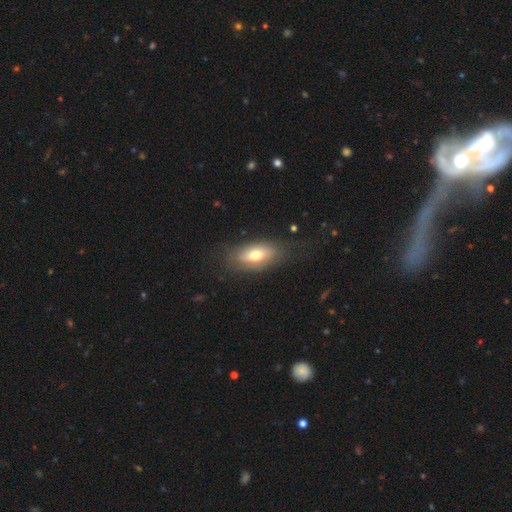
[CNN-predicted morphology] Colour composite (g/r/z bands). It shows a smooth galaxy with no disk features (67%) that is in between round and cigar-shaped (85%). Merging: none (72%).